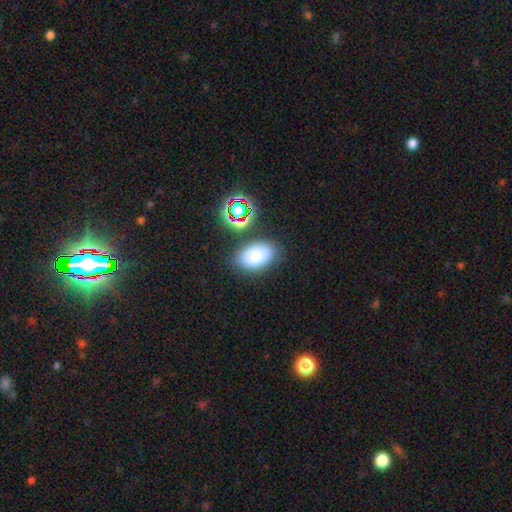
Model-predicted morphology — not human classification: A smooth galaxy with no disk features (77%) that is in between round and cigar-shaped (89%). Merging: none (75%).